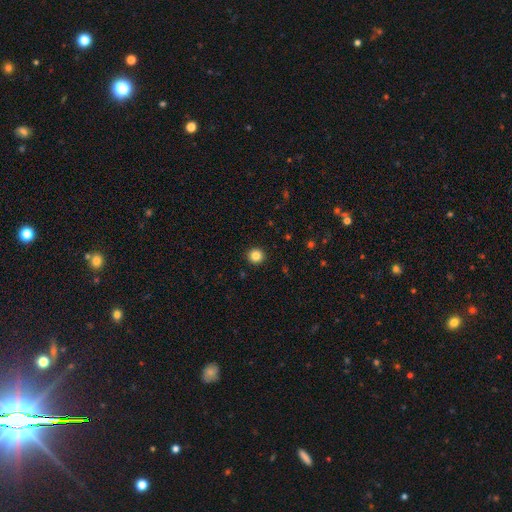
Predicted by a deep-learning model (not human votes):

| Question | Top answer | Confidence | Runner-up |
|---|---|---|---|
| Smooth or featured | smooth | 85% | star or artifact (11%) |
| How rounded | round | 95% | in between (5%) |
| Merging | none | 93% | minor disturbance (4%) |